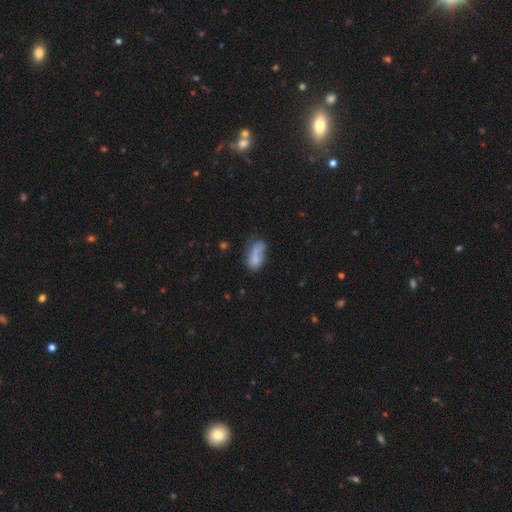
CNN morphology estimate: A smooth galaxy with no disk features (70%) that is in between round and cigar-shaped (87%).

Vote fractions:
- Smooth or featured? smooth: 70% / featured or disk: 21% / star or artifact: 10%
- How rounded? in between: 87% / cigar-shaped: 7% / round: 6%
- Merging? none: 34% / merger: 29% / minor disturbance: 23% / major disturbance: 14%